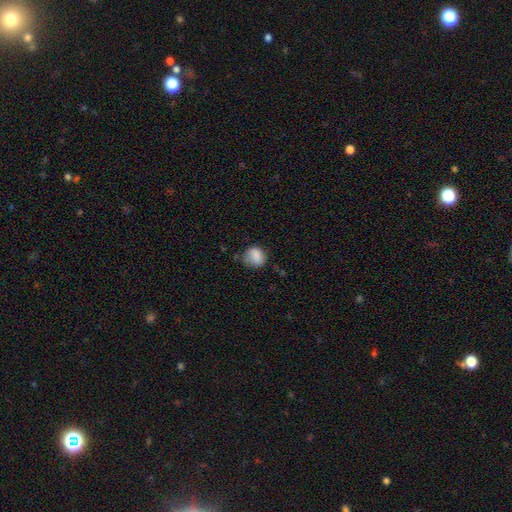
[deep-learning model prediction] smooth_or_featured: smooth (p=0.83) [alt: star or artifact p=0.08]
how_rounded: round (p=0.62) [alt: in between p=0.36]
merging: none (p=0.59) [alt: minor disturbance p=0.29]